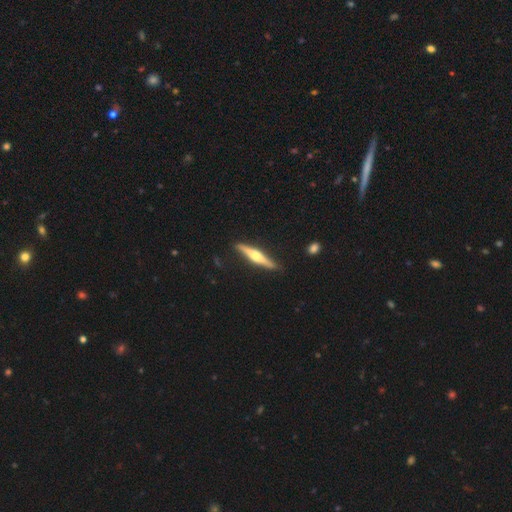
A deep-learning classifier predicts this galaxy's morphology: type=featured or disk (70%); edge-on=yes (98%); edge-on bulge=rounded (93%); merging=none (89%).